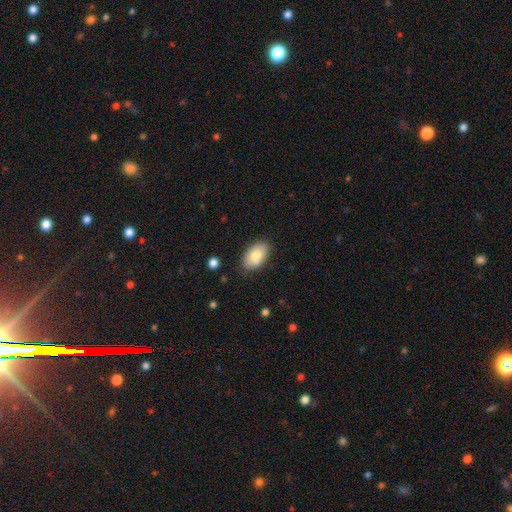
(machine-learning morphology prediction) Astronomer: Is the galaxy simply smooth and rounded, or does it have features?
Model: smooth — 79%.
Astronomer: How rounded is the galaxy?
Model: in between — 92%.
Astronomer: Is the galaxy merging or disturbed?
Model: none — 81%.